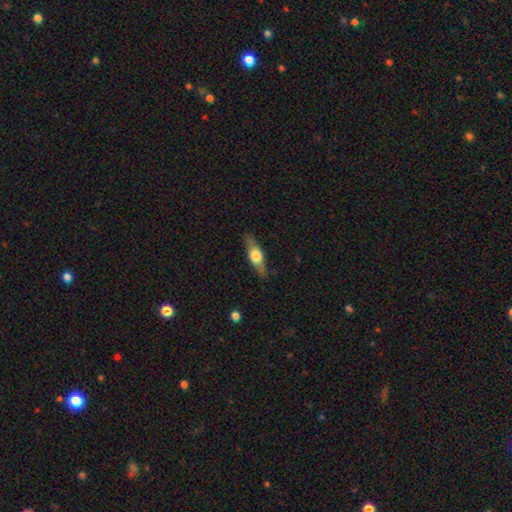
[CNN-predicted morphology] Smooth or featured? smooth (48%)
Merging? none (83%)